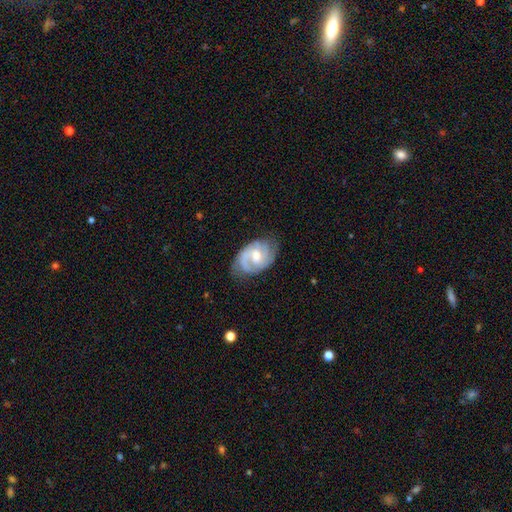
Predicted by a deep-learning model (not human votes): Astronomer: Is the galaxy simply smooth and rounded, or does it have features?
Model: featured or disk — 82%.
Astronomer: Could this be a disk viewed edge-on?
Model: no — 97%.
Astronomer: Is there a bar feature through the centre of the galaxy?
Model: weak — 49% (runner-up: no, 42%).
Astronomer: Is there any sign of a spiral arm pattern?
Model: yes — 95%.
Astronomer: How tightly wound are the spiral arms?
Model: medium — 45% (runner-up: tight, 42%).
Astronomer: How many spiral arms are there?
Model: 2 — 59%.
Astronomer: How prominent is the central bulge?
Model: moderate — 63%.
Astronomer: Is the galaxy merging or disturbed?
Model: none — 67%.